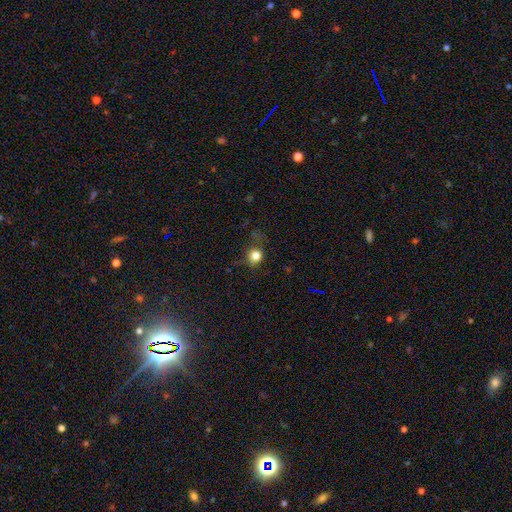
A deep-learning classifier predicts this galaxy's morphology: type=smooth (80%); roundness=round (80%); merging=none (67%).